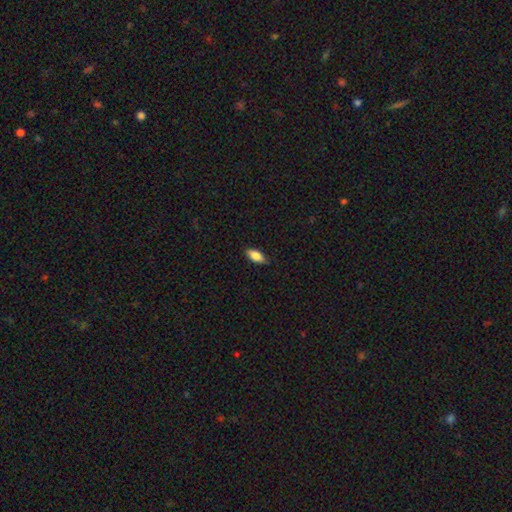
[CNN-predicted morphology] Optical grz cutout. It shows a smooth galaxy with no disk features (81%) that is in between round and cigar-shaped (87%). Merging: none (84%).